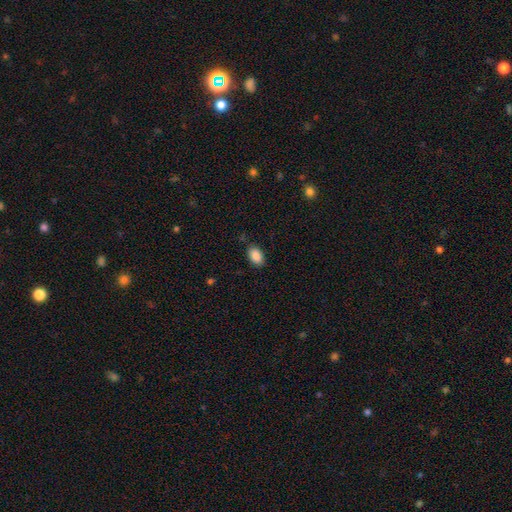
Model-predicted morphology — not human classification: This appears to be a smooth galaxy with no disk features (88%) that is in between round and cigar-shaped (88%). Merging: none (85%).